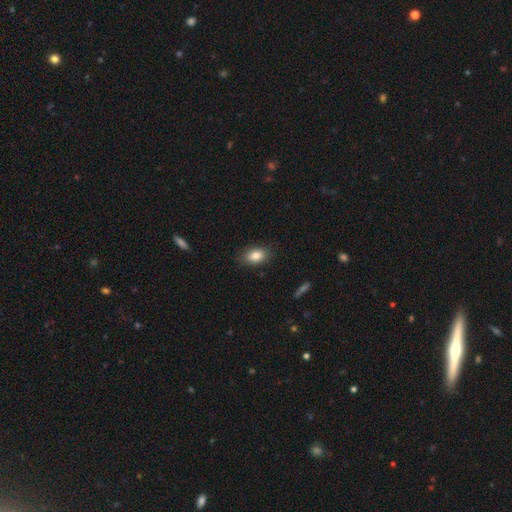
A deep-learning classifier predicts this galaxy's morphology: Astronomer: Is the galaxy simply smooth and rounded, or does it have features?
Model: smooth — 85%.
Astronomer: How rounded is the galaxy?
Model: in between — 88%.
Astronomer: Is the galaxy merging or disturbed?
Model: none — 83%.